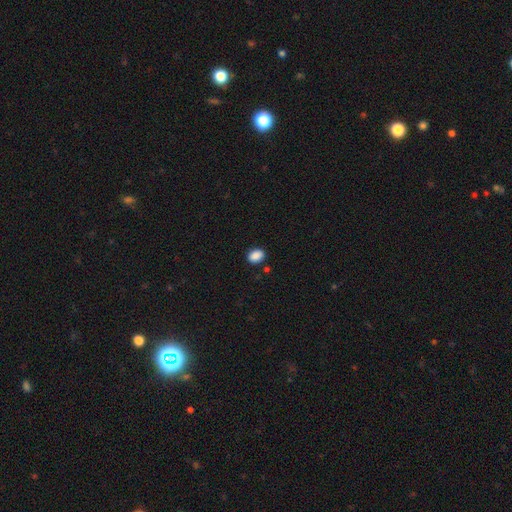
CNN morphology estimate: smooth-or-featured: smooth: 89% | star or artifact: 9% | featured or disk: 3%
  how-rounded: in between: 68% | round: 30% | cigar-shaped: 1%
  merging: none: 87% | minor disturbance: 9% | major disturbance: 2% | merger: 2%